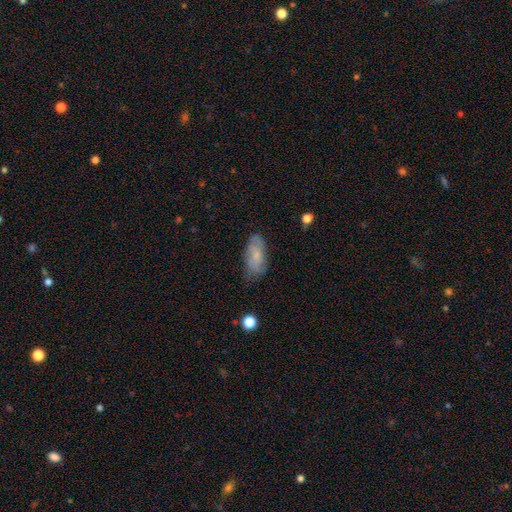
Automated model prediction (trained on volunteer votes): Smooth or featured?
  - smooth: 56% *
  - featured or disk: 36%
  - star or artifact: 8%
How rounded?
  - in between: 89% *
  - cigar-shaped: 7%
  - round: 4%
Merging?
  - none: 68% *
  - minor disturbance: 24%
  - major disturbance: 6%
  - merger: 2%